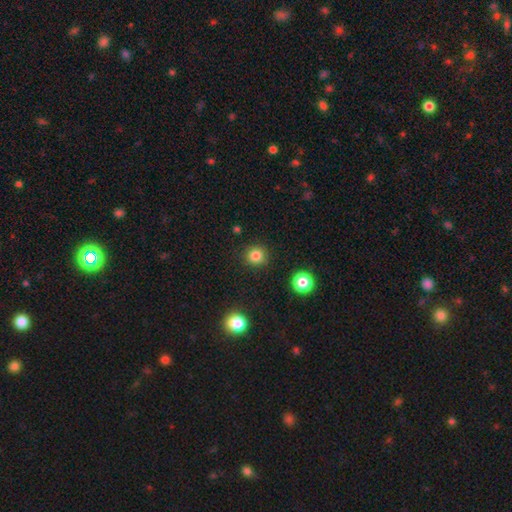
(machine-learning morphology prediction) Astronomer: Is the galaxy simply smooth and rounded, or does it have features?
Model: smooth — 83%.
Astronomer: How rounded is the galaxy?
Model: round — 93%.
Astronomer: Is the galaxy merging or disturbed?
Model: none — 91%.